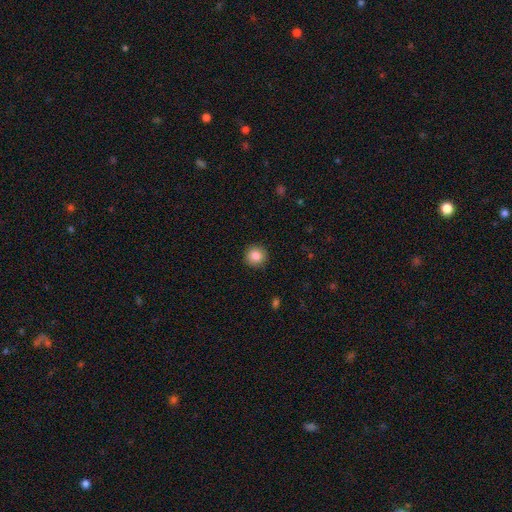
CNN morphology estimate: A smooth galaxy with no disk features (85%) that is round (95%).

Vote fractions:
- Smooth or featured? smooth: 85% / star or artifact: 9% / featured or disk: 6%
- How rounded? round: 95% / in between: 5% / cigar-shaped: 1%
- Merging? none: 92% / minor disturbance: 6% / major disturbance: 2% / merger: 1%